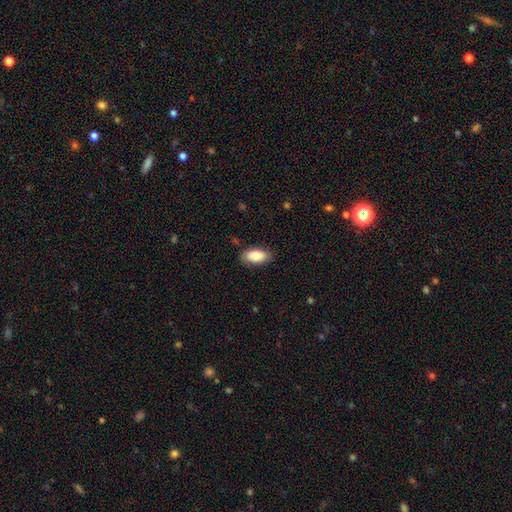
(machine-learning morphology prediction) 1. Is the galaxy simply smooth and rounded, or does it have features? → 83% smooth, 11% featured or disk, 6% star or artifact.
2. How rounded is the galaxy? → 93% in between, 3% cigar-shaped, 3% round.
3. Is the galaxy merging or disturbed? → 82% none, 14% minor disturbance, 3% major disturbance, 1% merger.